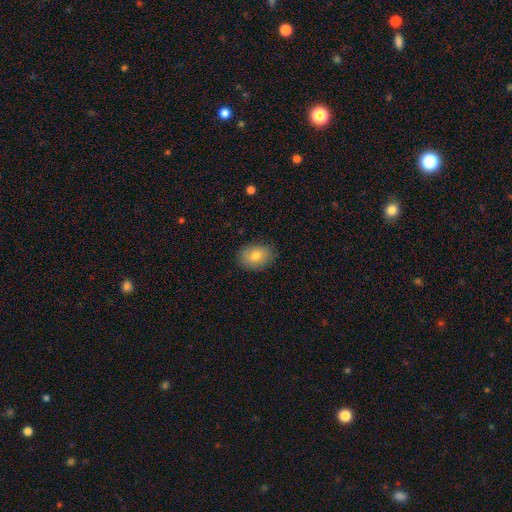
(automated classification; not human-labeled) A smooth galaxy with no disk features (80%) that is in between round and cigar-shaped (76%). Merging: none (86%).